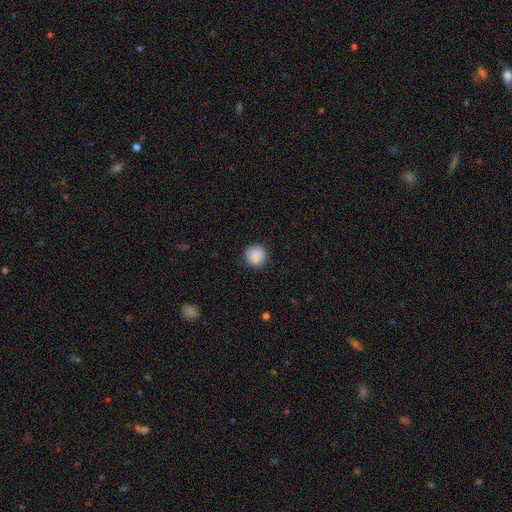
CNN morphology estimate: smooth_or_featured: smooth (p=0.88) [alt: star or artifact p=0.08]
how_rounded: round (p=0.93) [alt: in between p=0.07]
merging: none (p=0.87) [alt: minor disturbance p=0.09]